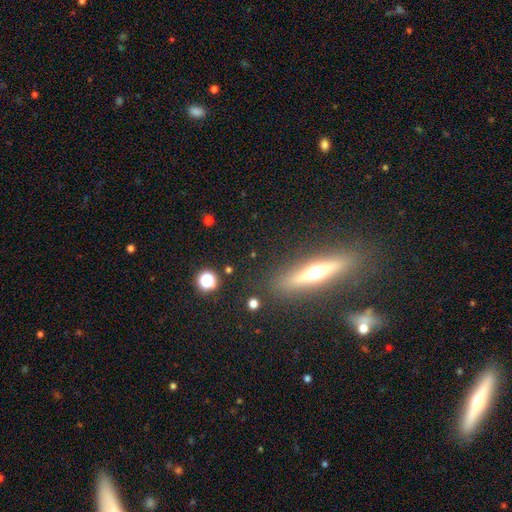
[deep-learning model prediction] The model was most divided on "smooth or featured": featured or disk: 59%, smooth: 29%, star or artifact: 12%. More confident: edge-on disk — yes (93%); edge-on bulge — rounded (89%); merging — none (83%).